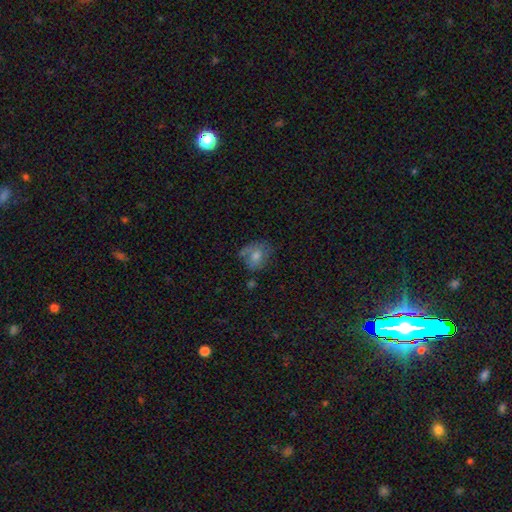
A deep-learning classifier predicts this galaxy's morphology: smooth_or_featured: smooth (p=0.62) [alt: featured or disk p=0.25]
how_rounded: round (p=0.54) [alt: in between p=0.45]
merging: none (p=0.58) [alt: minor disturbance p=0.25]